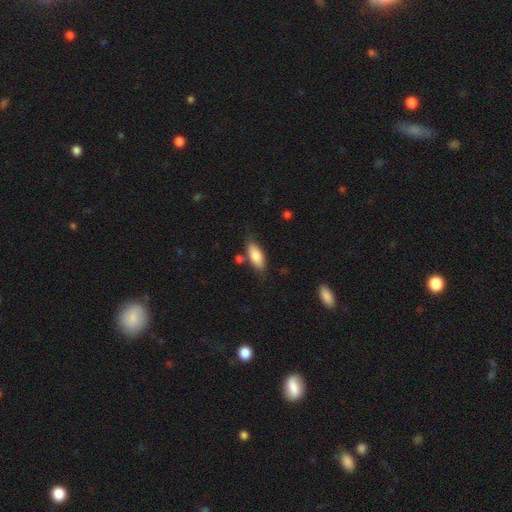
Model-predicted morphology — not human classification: Smooth or featured? smooth (78%)
How rounded? in between (78%)
Merging? none (71%)